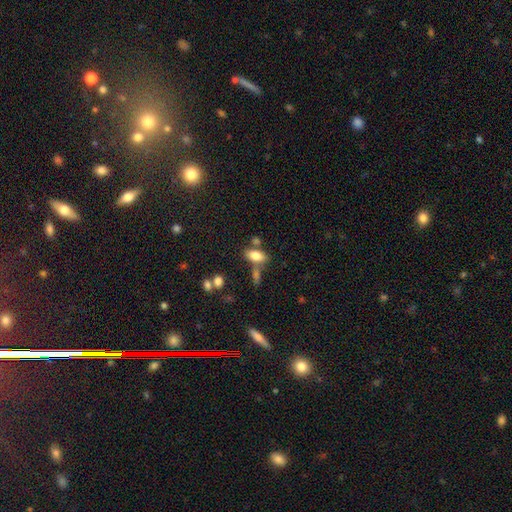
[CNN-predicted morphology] The model was most divided on "merging": none: 57%, merger: 24%, minor disturbance: 14%, major disturbance: 5%. More confident: how rounded — in between (88%); smooth or featured — smooth (79%).